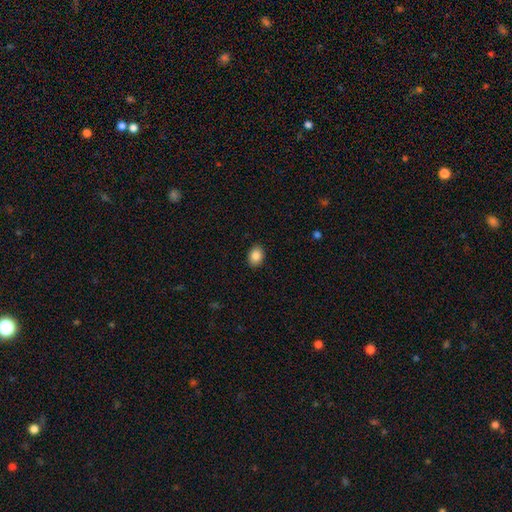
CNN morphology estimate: smooth-or-featured: smooth: 87% | star or artifact: 8% | featured or disk: 4%
  how-rounded: in between: 72% | round: 27% | cigar-shaped: 1%
  merging: none: 90% | minor disturbance: 7% | major disturbance: 2% | merger: 1%